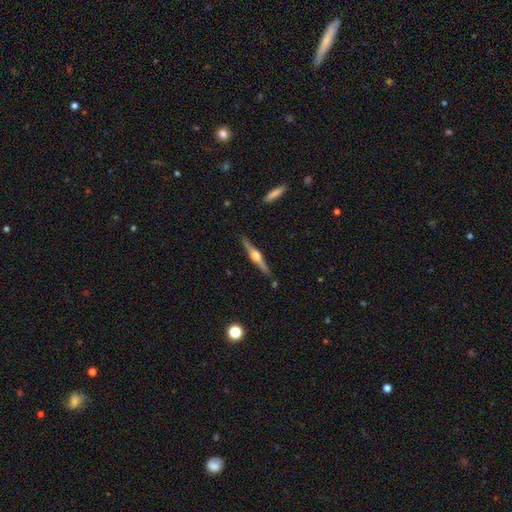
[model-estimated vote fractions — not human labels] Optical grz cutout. It shows a featured or disk galaxy (80%) viewed edge-on (98%) with a rounded central bulge (94%). Merging: none (89%).